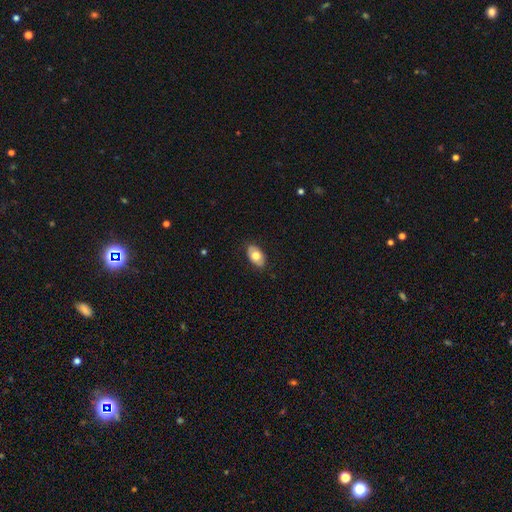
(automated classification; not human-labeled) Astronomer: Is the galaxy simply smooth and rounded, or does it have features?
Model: smooth — 70%.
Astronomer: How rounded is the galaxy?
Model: in between — 92%.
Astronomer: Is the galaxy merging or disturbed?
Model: none — 85%.